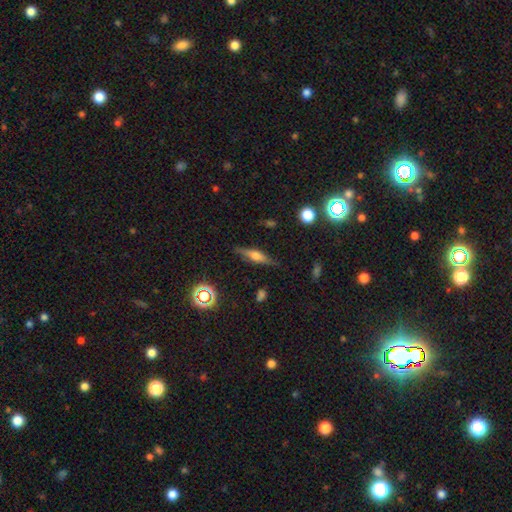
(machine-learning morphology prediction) Smooth or featured?
  - featured or disk: 57% *
  - smooth: 33%
  - star or artifact: 10%
Edge-on disk?
  - yes: 94% *
  - no: 6%
Edge-on bulge?
  - rounded: 82% *
  - boxy: 14%
  - none: 5%
Merging?
  - none: 83% *
  - minor disturbance: 12%
  - major disturbance: 3%
  - merger: 2%